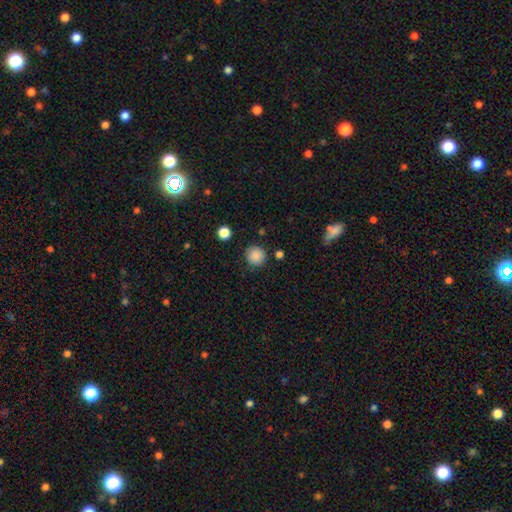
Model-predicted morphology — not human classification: A smooth galaxy with no disk features (87%) that is round (94%).

Vote fractions:
- Smooth or featured? smooth: 87% / star or artifact: 10% / featured or disk: 3%
- How rounded? round: 94% / in between: 5% / cigar-shaped: 1%
- Merging? none: 87% / minor disturbance: 8% / major disturbance: 3% / merger: 2%